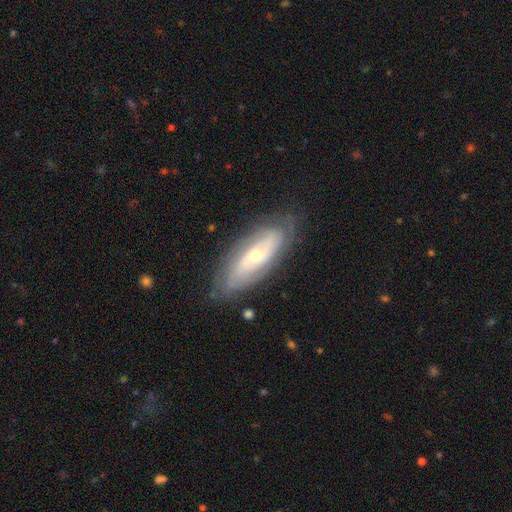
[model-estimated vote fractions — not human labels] A featured or disk galaxy (76%) with no bar (68%), tight (63%) spiral arms (82%) and a small central bulge (55%). Merging: none (79%).